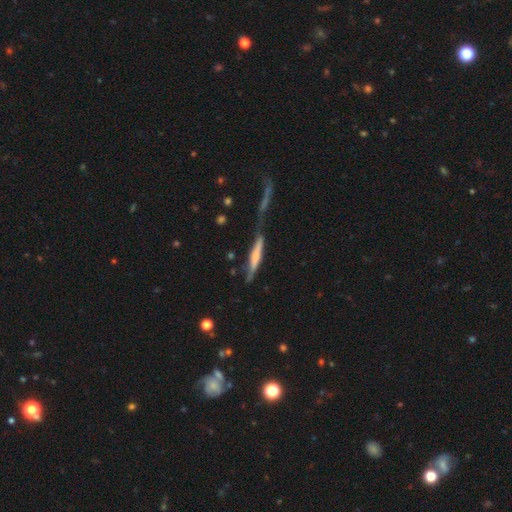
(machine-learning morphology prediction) type=smooth (48%); merging=none (39%).